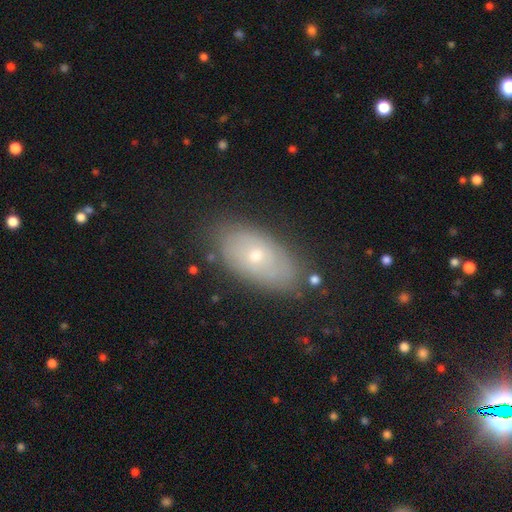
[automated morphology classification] A smooth galaxy with no disk features (52%) that is in between round and cigar-shaped (90%). Merging: none (80%).